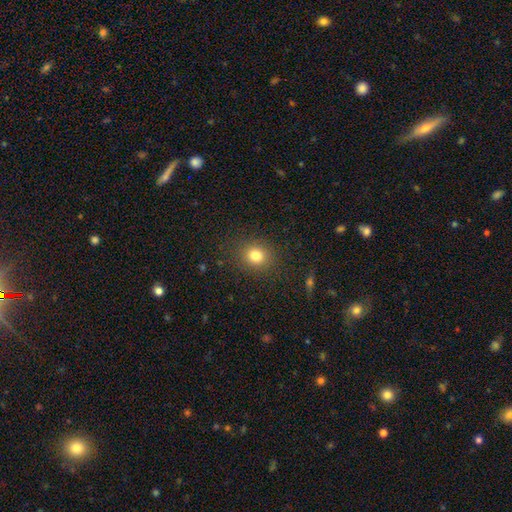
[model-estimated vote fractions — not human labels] A smooth galaxy with no disk features (80%) that is round (76%).

Vote fractions:
- Smooth or featured? smooth: 80% / star or artifact: 13% / featured or disk: 7%
- How rounded? round: 76% / in between: 23% / cigar-shaped: 1%
- Merging? none: 87% / minor disturbance: 8% / major disturbance: 3% / merger: 1%